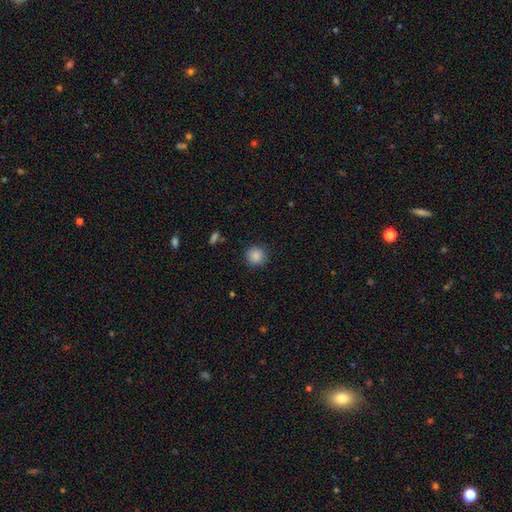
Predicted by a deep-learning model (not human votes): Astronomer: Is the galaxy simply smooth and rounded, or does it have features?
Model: smooth — 87%.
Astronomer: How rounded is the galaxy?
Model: round — 93%.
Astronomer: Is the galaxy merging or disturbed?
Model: none — 89%.